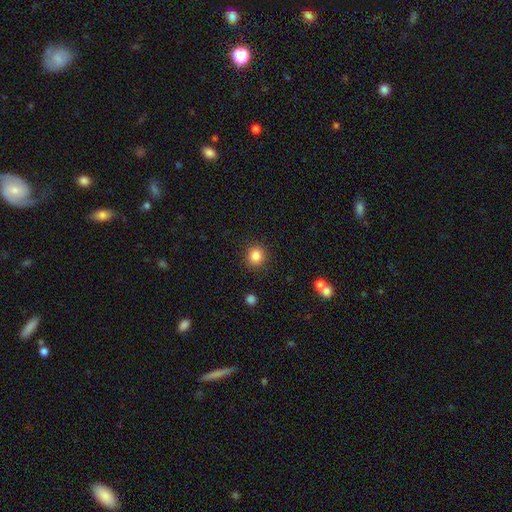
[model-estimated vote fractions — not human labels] A smooth galaxy with no disk features (84%) that is round (90%). Merging: none (90%).